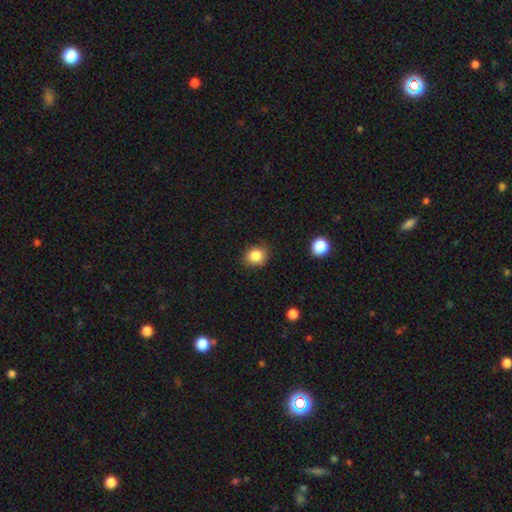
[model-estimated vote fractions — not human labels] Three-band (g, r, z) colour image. It shows a smooth galaxy with no disk features (85%) that is round (69%). Merging: none (85%).